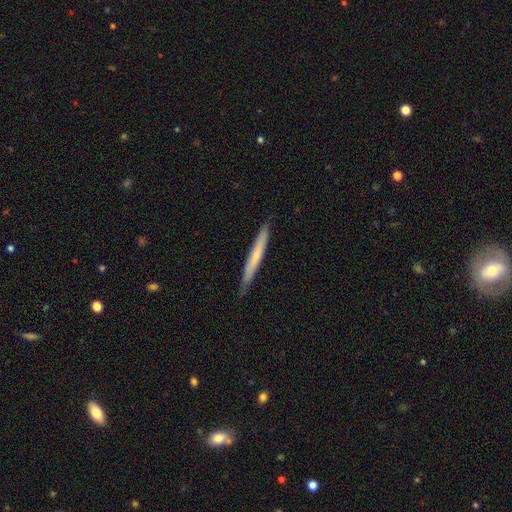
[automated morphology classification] Smooth or featured: smooth — 52% (featured or disk — 42%)
How rounded: cigar-shaped — 96% (in between — 2%)
Merging: none — 83% (minor disturbance — 14%)